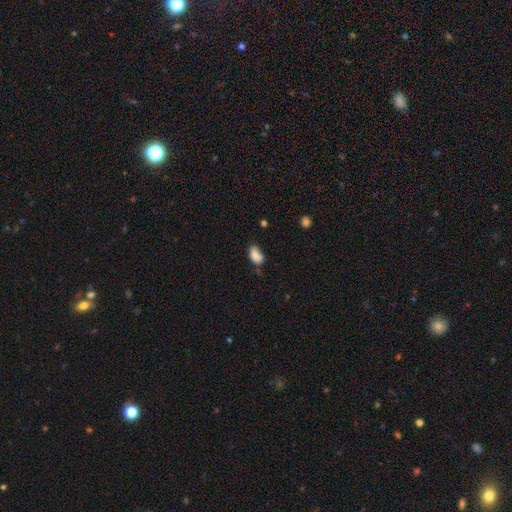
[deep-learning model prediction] Smooth or featured?
  - smooth: 85% *
  - star or artifact: 9%
  - featured or disk: 6%
How rounded?
  - in between: 92% *
  - round: 7%
  - cigar-shaped: 2%
Merging?
  - none: 53% *
  - minor disturbance: 34%
  - major disturbance: 8%
  - merger: 5%